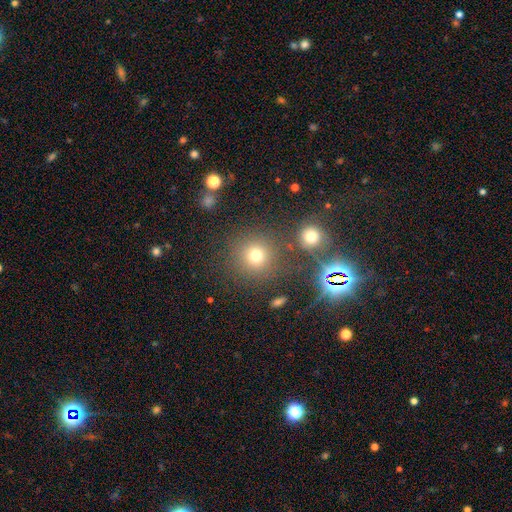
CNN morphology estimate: Smooth or featured?
  - smooth: 71% *
  - star or artifact: 20%
  - featured or disk: 9%
How rounded?
  - round: 91% *
  - in between: 7%
  - cigar-shaped: 1%
Merging?
  - none: 80% *
  - minor disturbance: 8%
  - merger: 8%
  - major disturbance: 4%